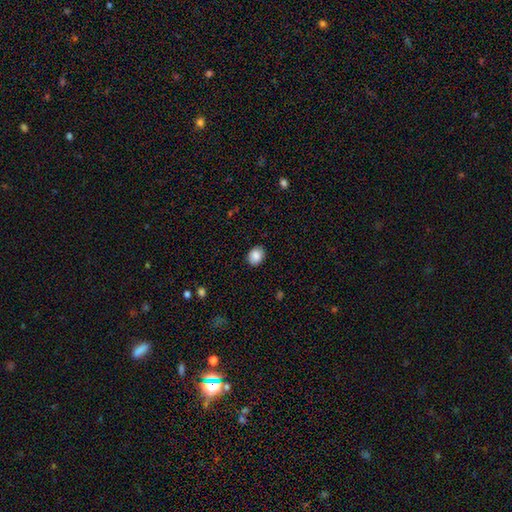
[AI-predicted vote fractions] Smooth or featured: smooth — 87% (star or artifact — 8%)
How rounded: round — 51% (in between — 49%)
Merging: none — 88% (minor disturbance — 9%)